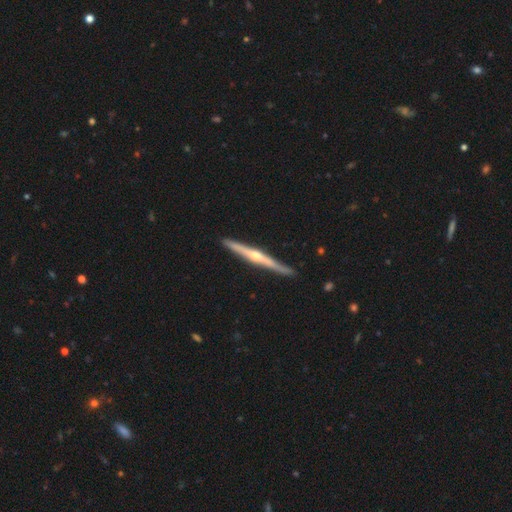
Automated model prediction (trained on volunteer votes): Overall: featured or disk (79%). Edge-on disk: yes (98%). Edge-on bulge: rounded (85%). Merging: none (91%).